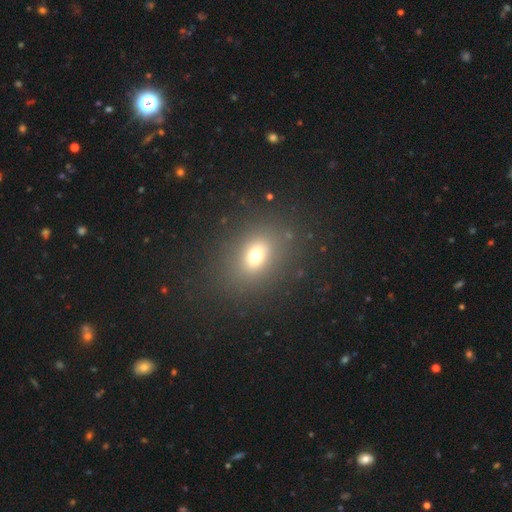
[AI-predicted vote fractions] smooth 68%, star or artifact 19%, featured or disk 13%. Down the decision tree: how rounded — in between (51%); merging — none (83%).